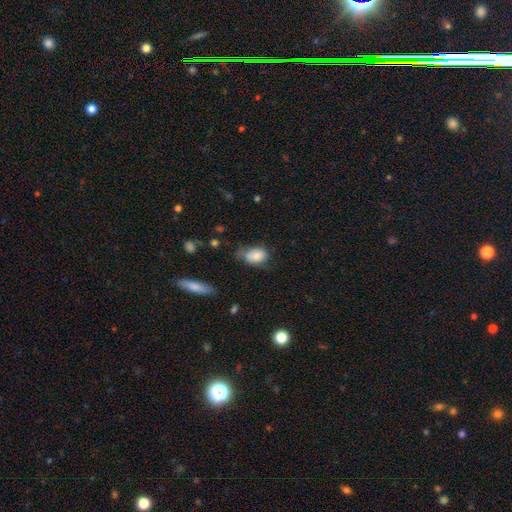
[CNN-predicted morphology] smooth-or-featured: smooth: 79% | featured or disk: 13% | star or artifact: 8%
  how-rounded: in between: 84% | round: 15% | cigar-shaped: 2%
  merging: none: 46% | minor disturbance: 37% | major disturbance: 14% | merger: 3%